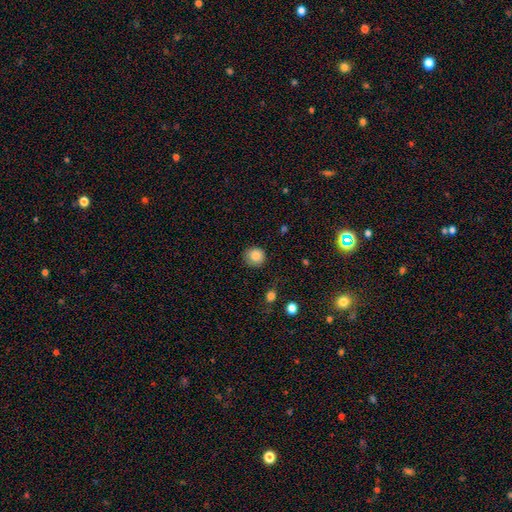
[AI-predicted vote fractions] smooth 84%, star or artifact 9%, featured or disk 7%. Down the decision tree: how rounded — round (90%); merging — none (82%).